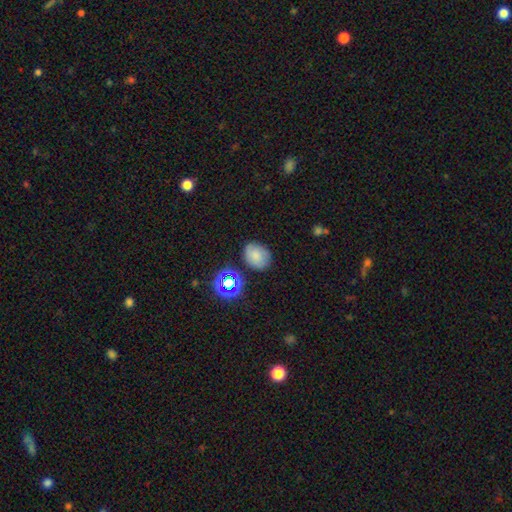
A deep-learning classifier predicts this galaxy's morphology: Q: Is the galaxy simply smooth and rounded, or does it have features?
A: smooth — 71%.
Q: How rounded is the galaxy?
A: in between — 61%.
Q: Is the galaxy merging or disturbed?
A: none — 76%.